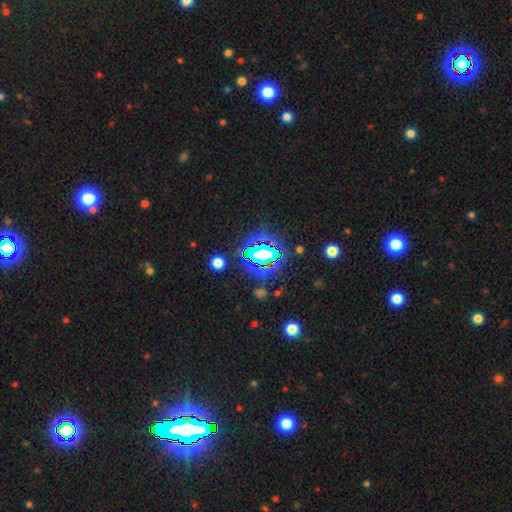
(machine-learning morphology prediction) type=star or artifact (81%).